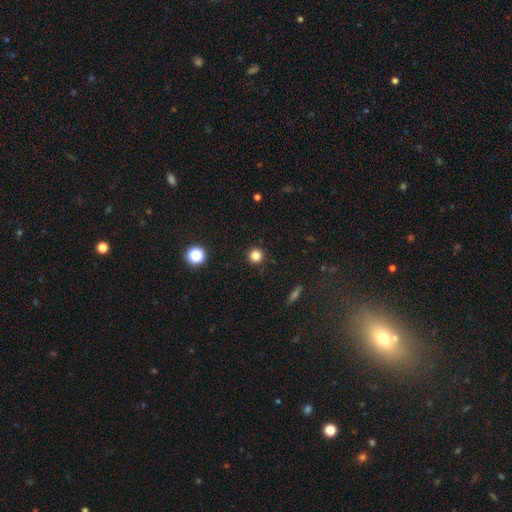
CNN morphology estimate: smooth_or_featured: smooth (p=0.83) [alt: star or artifact p=0.13]
how_rounded: round (p=0.96) [alt: in between p=0.03]
merging: none (p=0.92) [alt: minor disturbance p=0.05]